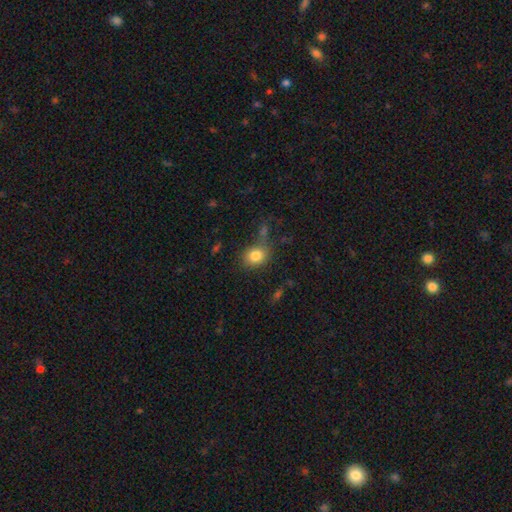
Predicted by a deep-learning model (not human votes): smooth-or-featured: smooth: 82% | star or artifact: 10% | featured or disk: 8%
  how-rounded: round: 60% | in between: 39% | cigar-shaped: 1%
  merging: none: 66% | minor disturbance: 18% | merger: 8% | major disturbance: 7%